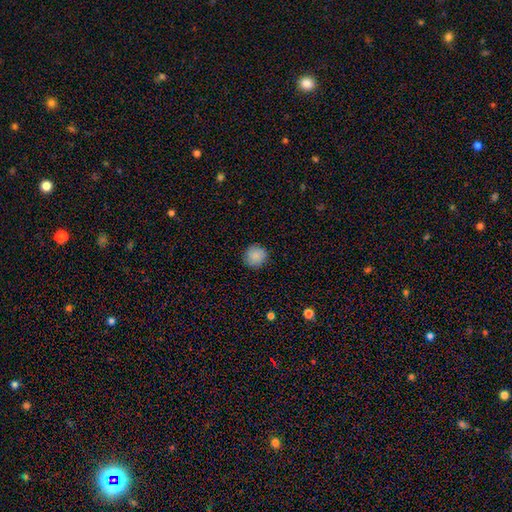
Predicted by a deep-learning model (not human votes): This appears to be a smooth galaxy with no disk features (88%) that is round (92%). Merging: none (89%).